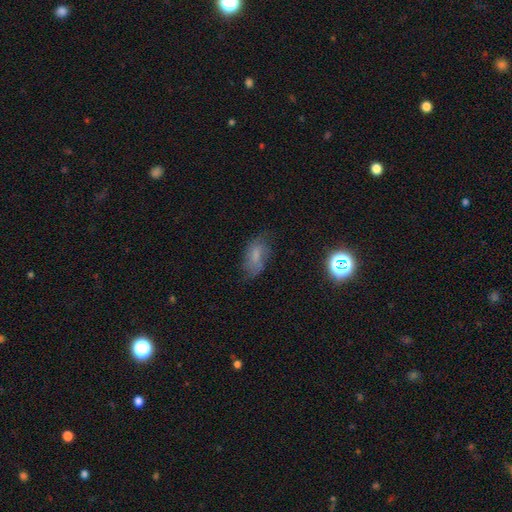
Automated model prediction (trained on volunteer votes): This appears to be a smooth galaxy with no disk features (57%) that is in between round and cigar-shaped (88%). Merging: none (60%).